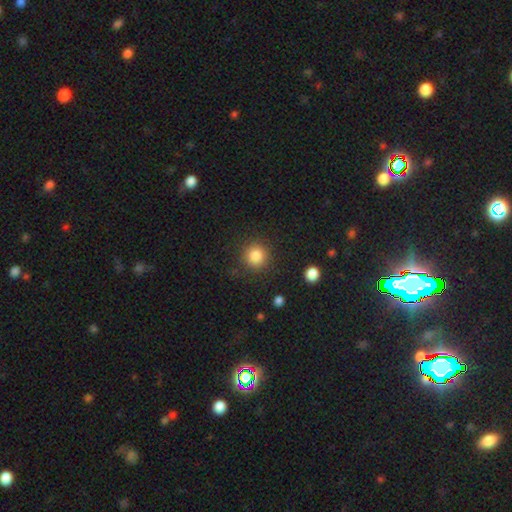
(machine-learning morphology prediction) smooth_or_featured: smooth (p=0.84) [alt: star or artifact p=0.11]
how_rounded: round (p=0.93) [alt: in between p=0.06]
merging: none (p=0.88) [alt: minor disturbance p=0.07]